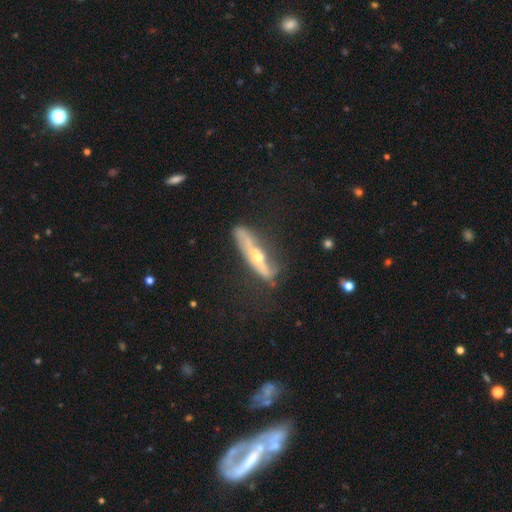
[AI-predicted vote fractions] Q: Smooth or featured?
A: featured or disk (68%); runner-up: smooth (25%)
Q: Edge-on disk?
A: yes (72%); runner-up: no (28%)
Q: Merging?
A: none (55%); runner-up: minor disturbance (25%)